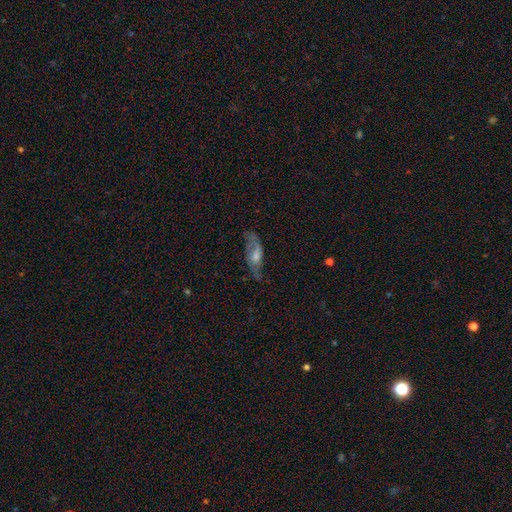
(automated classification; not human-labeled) featured or disk 54%, smooth 37%, star or artifact 9%. Down the decision tree: edge-on disk — no (75%); merging — none (53%).